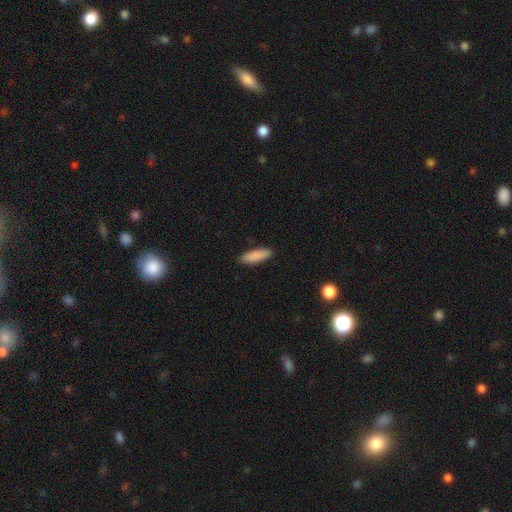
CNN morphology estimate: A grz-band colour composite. It shows a smooth galaxy with no disk features (88%) that is cigar-shaped (52%). Merging: none (89%).